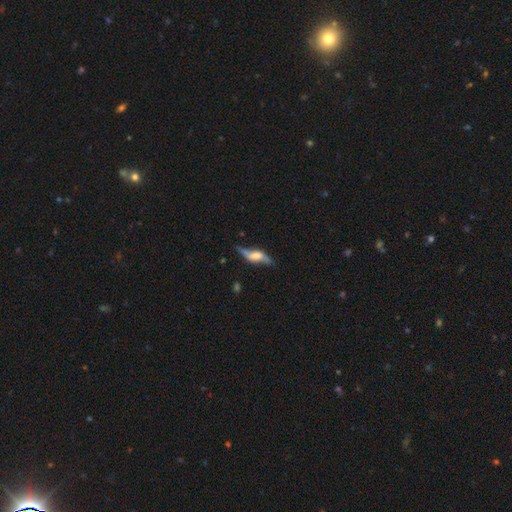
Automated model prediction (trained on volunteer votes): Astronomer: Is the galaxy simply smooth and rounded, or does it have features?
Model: featured or disk — 67%.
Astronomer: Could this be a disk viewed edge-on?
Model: yes — 50%, tied with no at 50%.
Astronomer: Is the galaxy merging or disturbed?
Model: none — 63%.